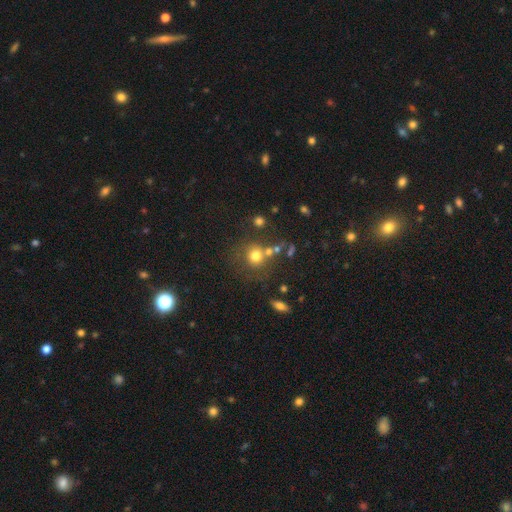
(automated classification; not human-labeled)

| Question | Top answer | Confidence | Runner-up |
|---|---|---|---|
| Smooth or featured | smooth | 73% | star or artifact (15%) |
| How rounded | round | 88% | in between (11%) |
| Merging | none | 63% | merger (17%) |